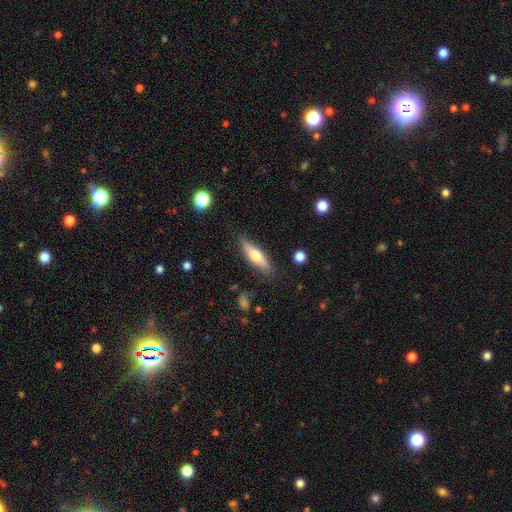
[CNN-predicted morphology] Smooth or featured?
  - smooth: 53% *
  - featured or disk: 41%
  - star or artifact: 6%
How rounded?
  - cigar-shaped: 63% *
  - in between: 34%
  - round: 2%
Merging?
  - none: 83% *
  - minor disturbance: 12%
  - major disturbance: 3%
  - merger: 2%